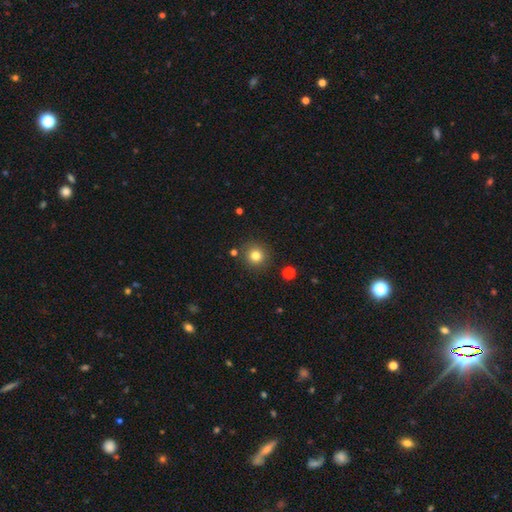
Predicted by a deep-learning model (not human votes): Overall: smooth (80%). How rounded: round (94%). Merging: none (88%).